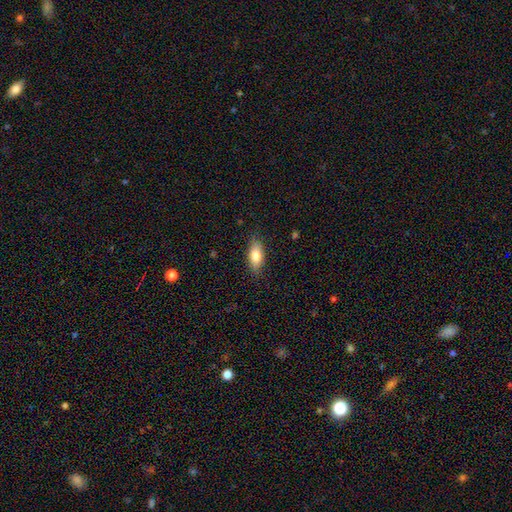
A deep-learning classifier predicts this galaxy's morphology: Smooth or featured: smooth — 79% (featured or disk — 14%)
How rounded: in between — 83% (cigar-shaped — 14%)
Merging: none — 84% (minor disturbance — 12%)